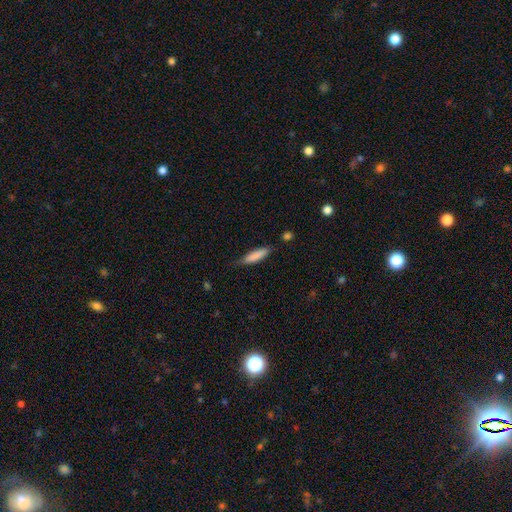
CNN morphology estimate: Smooth or featured? Predicted: smooth (p=0.83). How rounded? Predicted: cigar-shaped (p=0.74). Merging? Predicted: none (p=0.73).